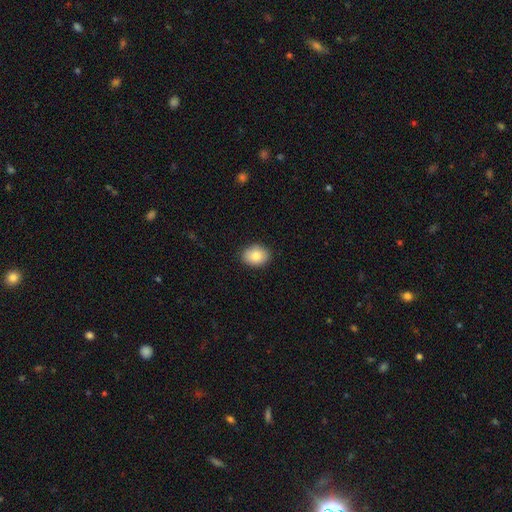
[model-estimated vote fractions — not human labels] This appears to be a smooth galaxy with no disk features (84%) that is in between round and cigar-shaped (61%). Merging: none (88%).